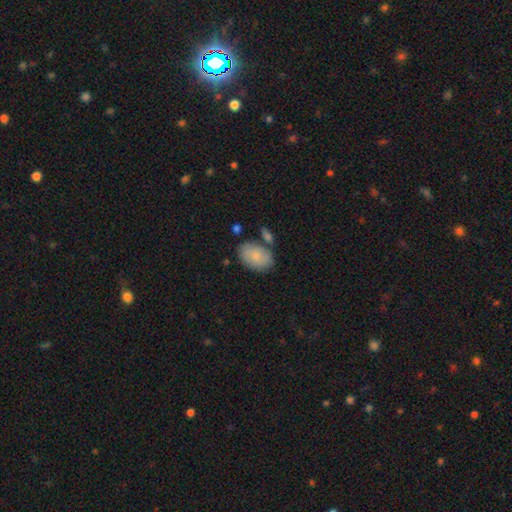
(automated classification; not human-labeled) Smooth or featured?
  - smooth: 80% *
  - featured or disk: 14%
  - star or artifact: 6%
How rounded?
  - in between: 88% *
  - round: 11%
  - cigar-shaped: 1%
Merging?
  - none: 69% *
  - minor disturbance: 17%
  - merger: 10%
  - major disturbance: 4%